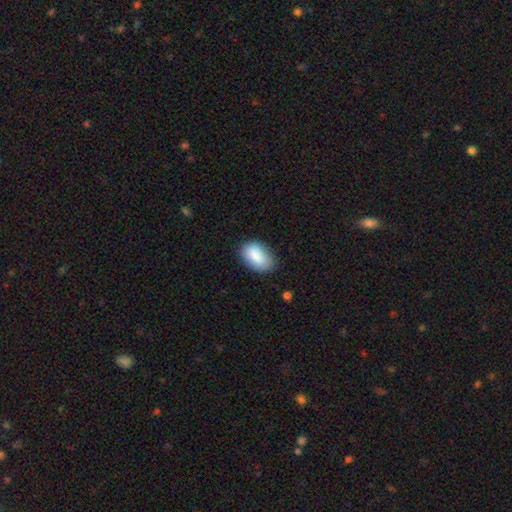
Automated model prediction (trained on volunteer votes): This appears to be a smooth galaxy with no disk features (87%) that is in between round and cigar-shaped (93%). Merging: none (77%).